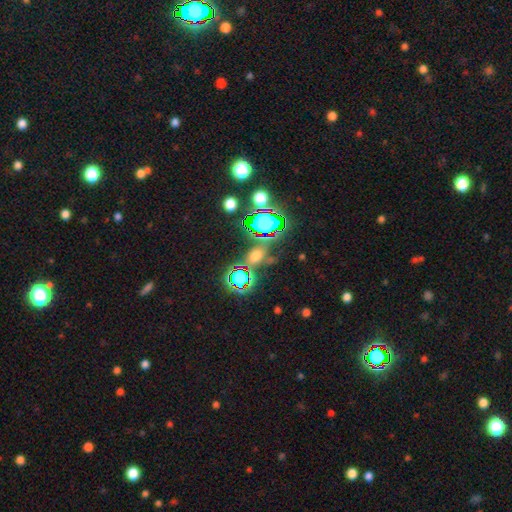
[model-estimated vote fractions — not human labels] Smooth or featured: star or artifact — 48% (smooth — 33%)